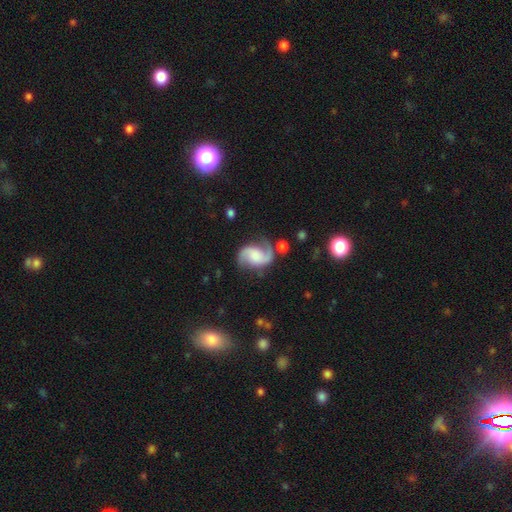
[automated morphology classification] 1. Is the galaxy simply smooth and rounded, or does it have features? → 88% featured or disk, 7% smooth, 5% star or artifact.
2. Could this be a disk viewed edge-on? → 98% no, 2% yes.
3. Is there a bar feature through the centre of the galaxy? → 55% no, 34% weak, 11% strong.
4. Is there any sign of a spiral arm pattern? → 98% yes, 2% no.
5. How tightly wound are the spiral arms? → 46% medium, 41% loose, 13% tight.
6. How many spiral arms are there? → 93% 2, 2% 1, 2% can't tell, 1% 3, 1% 4, 1% more than 4.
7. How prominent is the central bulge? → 34% none, 22% moderate, 20% large, 20% small, 5% dominant.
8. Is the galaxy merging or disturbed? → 72% none, 17% minor disturbance, 8% major disturbance, 4% merger.